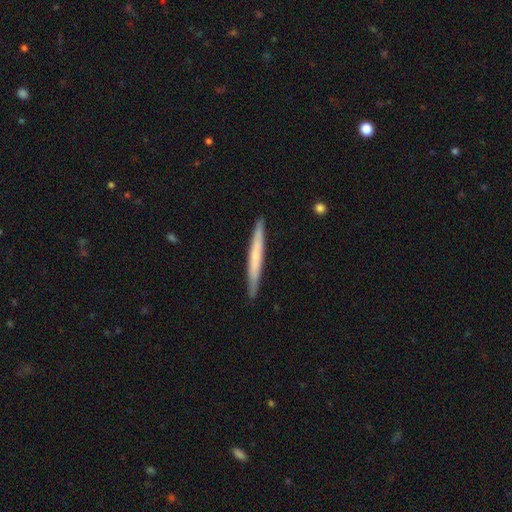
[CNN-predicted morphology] Q: Smooth or featured?
A: smooth (51%); runner-up: featured or disk (44%)
Q: How rounded?
A: cigar-shaped (97%); runner-up: in between (2%)
Q: Merging?
A: none (90%); runner-up: minor disturbance (8%)